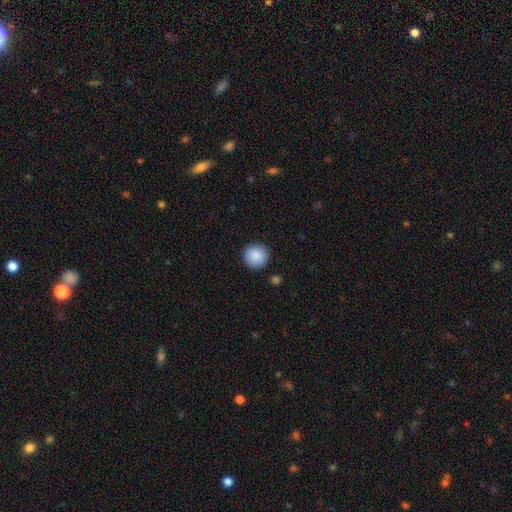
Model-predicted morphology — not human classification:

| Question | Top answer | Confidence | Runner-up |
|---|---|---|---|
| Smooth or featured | smooth | 89% | star or artifact (7%) |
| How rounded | round | 95% | in between (4%) |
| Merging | none | 90% | minor disturbance (6%) |